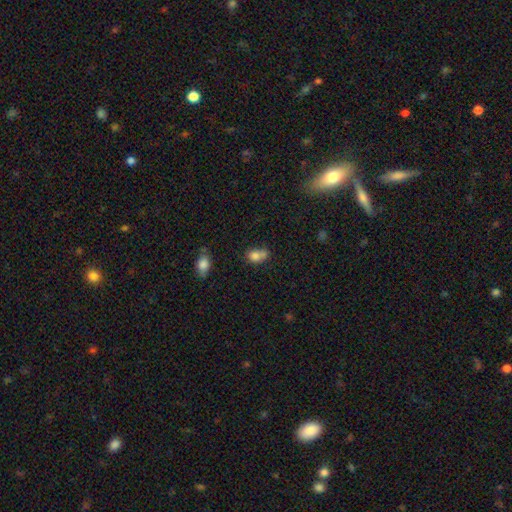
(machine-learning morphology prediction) type=smooth (79%); roundness=in between (69%); merging=none (38%).